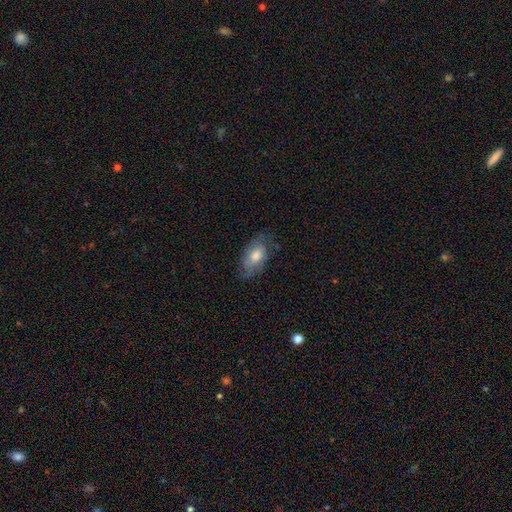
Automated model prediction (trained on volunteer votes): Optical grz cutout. It shows a smooth galaxy with no disk features (53%) that is in between round and cigar-shaped (90%). Merging: none (69%).